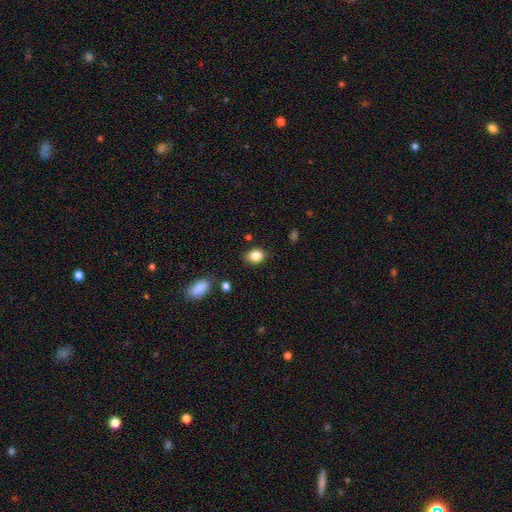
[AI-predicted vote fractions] Q: Smooth or featured?
A: smooth (85%); runner-up: star or artifact (10%)
Q: How rounded?
A: in between (50%); runner-up: round (48%)
Q: Merging?
A: none (83%); runner-up: minor disturbance (12%)